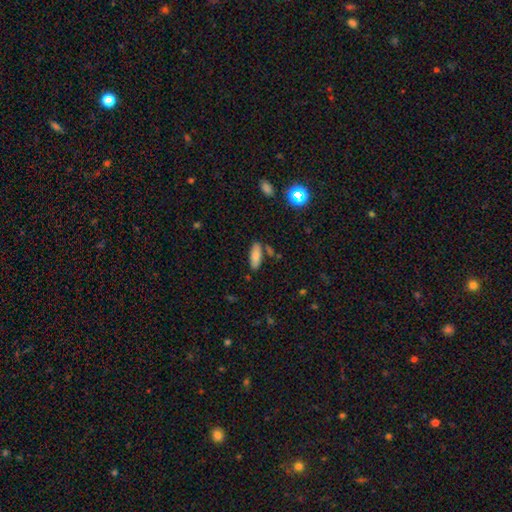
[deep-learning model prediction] Smooth or featured? smooth (83%)
How rounded? in between (67%)
Merging? none (78%)